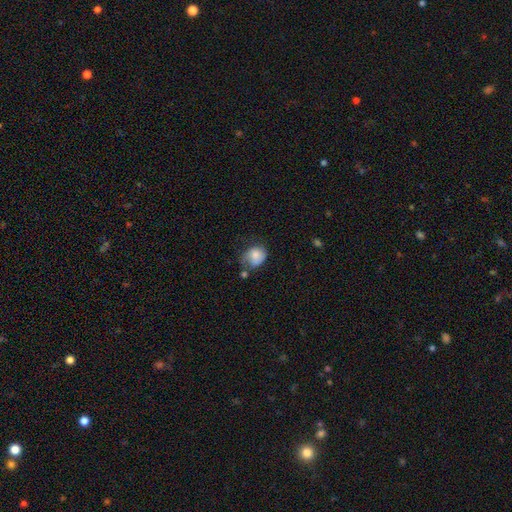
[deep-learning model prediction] This is likely a smooth galaxy (73%). How rounded: possibly round (54%). Merging: marginally none (40%).